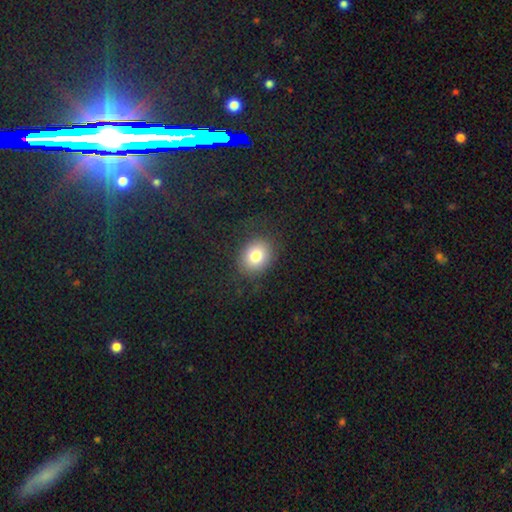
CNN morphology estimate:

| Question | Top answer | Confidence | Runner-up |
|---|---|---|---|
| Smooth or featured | smooth | 79% | star or artifact (10%) |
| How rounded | round | 58% | in between (41%) |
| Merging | none | 83% | minor disturbance (10%) |